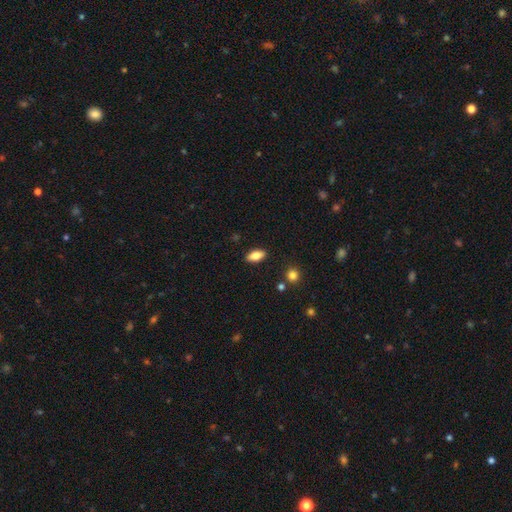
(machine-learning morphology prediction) smooth_or_featured: smooth (p=0.81) [alt: featured or disk p=0.11]
how_rounded: in between (p=0.87) [alt: cigar-shaped p=0.10]
merging: none (p=0.88) [alt: minor disturbance p=0.09]